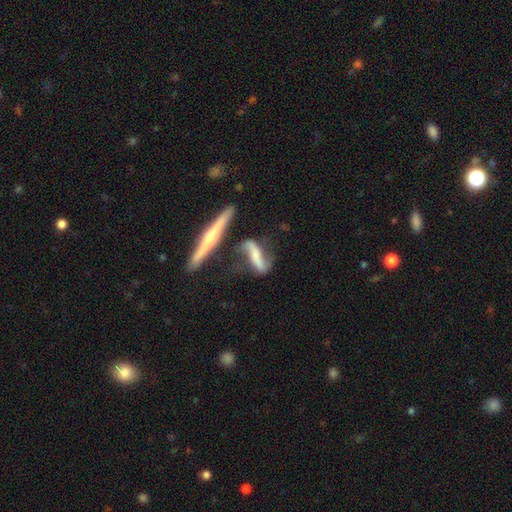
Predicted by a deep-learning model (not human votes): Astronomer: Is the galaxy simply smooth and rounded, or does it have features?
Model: featured or disk — 69%.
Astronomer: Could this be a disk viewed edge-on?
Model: no — 61% (runner-up: yes, 39%).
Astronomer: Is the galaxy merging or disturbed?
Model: none — 50%.